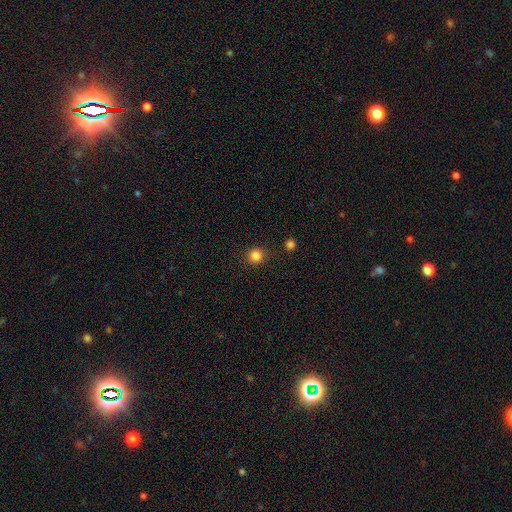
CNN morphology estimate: The model was most divided on "smooth or featured": smooth: 84%, star or artifact: 12%, featured or disk: 3%. More confident: how rounded — round (93%); merging — none (88%).